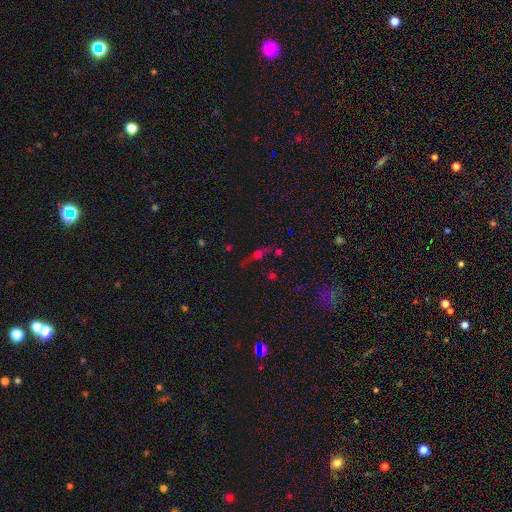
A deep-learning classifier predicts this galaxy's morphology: A star or artifact, not a galaxy (45%).